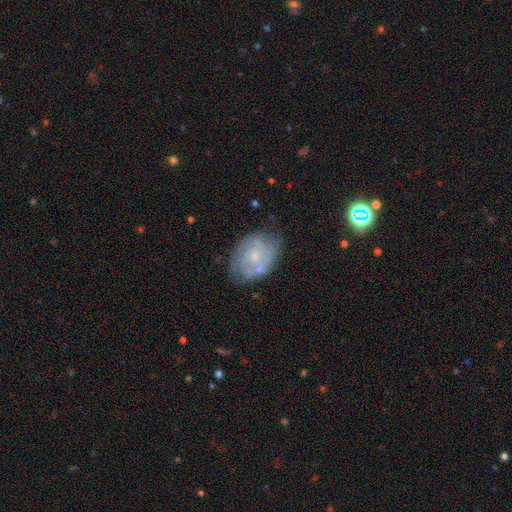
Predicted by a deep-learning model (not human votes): Smooth or featured? featured or disk (72%)
Edge-on disk? no (97%)
Bar? no (73%)
Spiral arms? yes (83%)
Spiral winding? tight (51%)
Spiral arm count? 2 (40%)
Bulge size? small (69%)
Merging? none (65%)